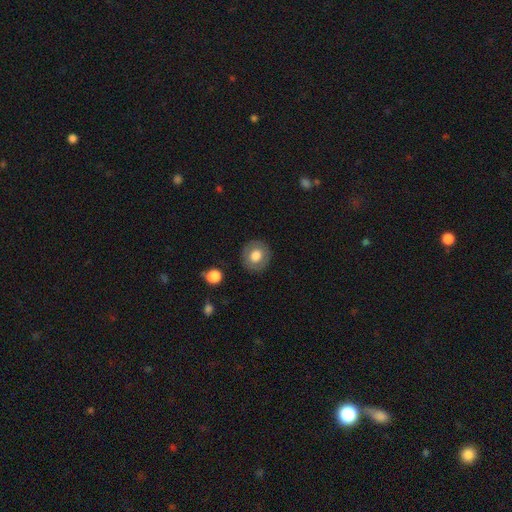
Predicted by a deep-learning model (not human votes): Smooth or featured?
  - smooth: 72% *
  - featured or disk: 20%
  - star or artifact: 8%
How rounded?
  - round: 85% *
  - in between: 14%
  - cigar-shaped: 1%
Merging?
  - none: 87% *
  - minor disturbance: 9%
  - major disturbance: 3%
  - merger: 1%